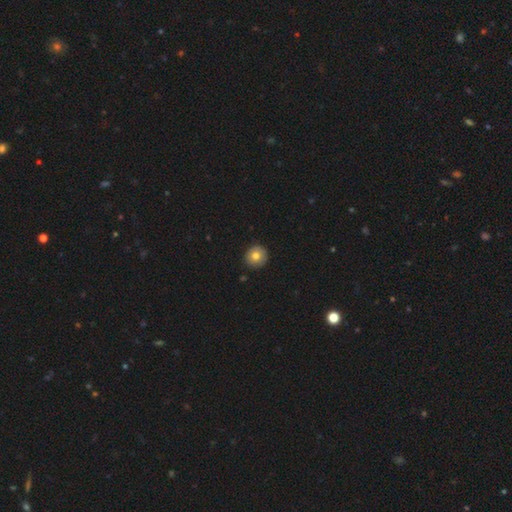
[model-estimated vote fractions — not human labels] The model was most divided on "smooth or featured": smooth: 78%, featured or disk: 13%, star or artifact: 9%. More confident: how rounded — round (92%); merging — none (89%).